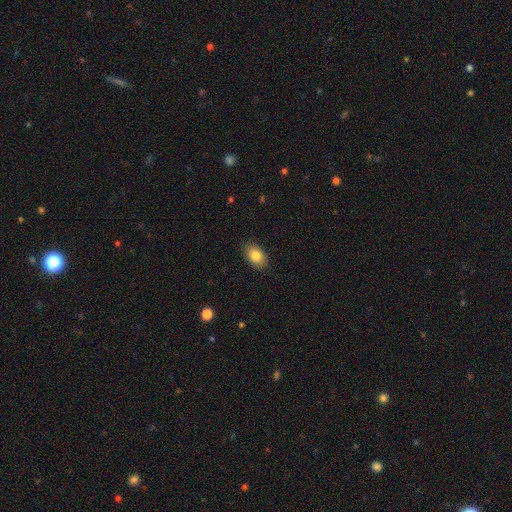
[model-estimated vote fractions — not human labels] Morphology: type=smooth (84%); roundness=in between (89%); merging=none (87%).